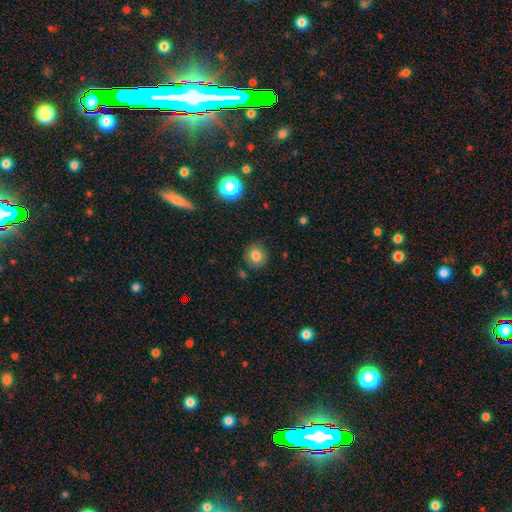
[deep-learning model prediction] Q: Smooth or featured?
A: smooth (81%); runner-up: star or artifact (12%)
Q: How rounded?
A: round (88%); runner-up: in between (11%)
Q: Merging?
A: none (86%); runner-up: minor disturbance (9%)